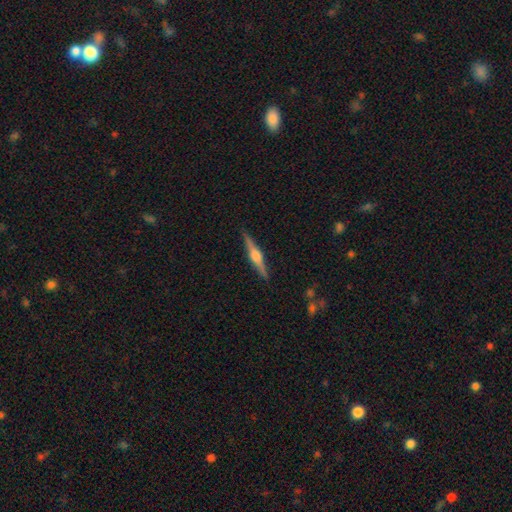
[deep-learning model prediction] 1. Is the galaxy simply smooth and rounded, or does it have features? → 77% featured or disk, 17% smooth, 6% star or artifact.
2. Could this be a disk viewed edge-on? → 98% yes, 2% no.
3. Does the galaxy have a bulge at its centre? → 89% rounded, 9% boxy, 3% none.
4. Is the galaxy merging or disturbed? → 90% none, 7% minor disturbance, 1% major disturbance, 1% merger.